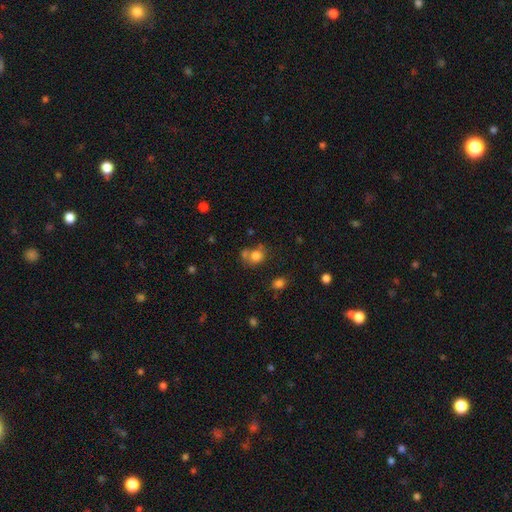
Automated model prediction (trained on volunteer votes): This appears to be a smooth galaxy with no disk features (77%) that is round (67%). Merging: none (48%).